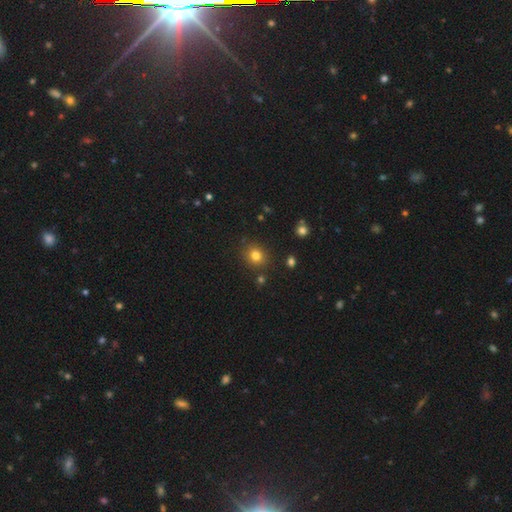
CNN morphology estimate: smooth_or_featured: smooth (p=0.79) [alt: star or artifact p=0.14]
how_rounded: round (p=0.77) [alt: in between p=0.22]
merging: none (p=0.84) [alt: minor disturbance p=0.09]